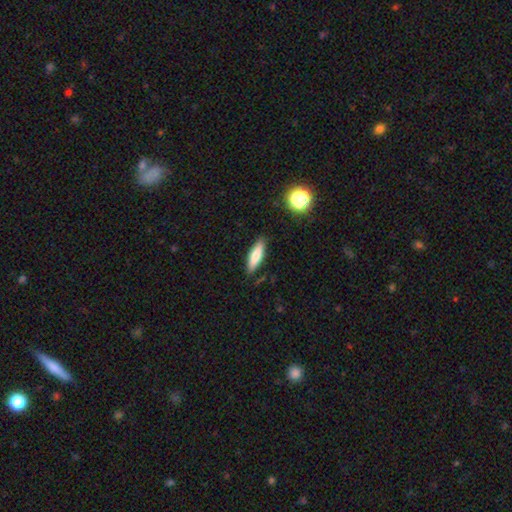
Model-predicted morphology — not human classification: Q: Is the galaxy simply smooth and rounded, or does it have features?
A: smooth — 73%.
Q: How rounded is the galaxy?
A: cigar-shaped — 61%.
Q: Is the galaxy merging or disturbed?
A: none — 86%.